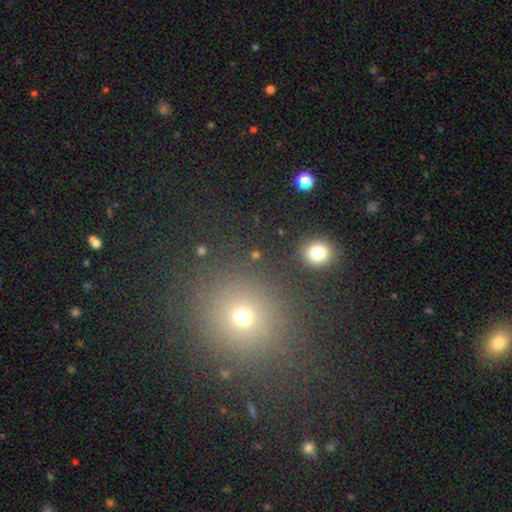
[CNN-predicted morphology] Overall: smooth (63%; star or artifact 28%). How rounded: round (81%). Merging: none (85%).